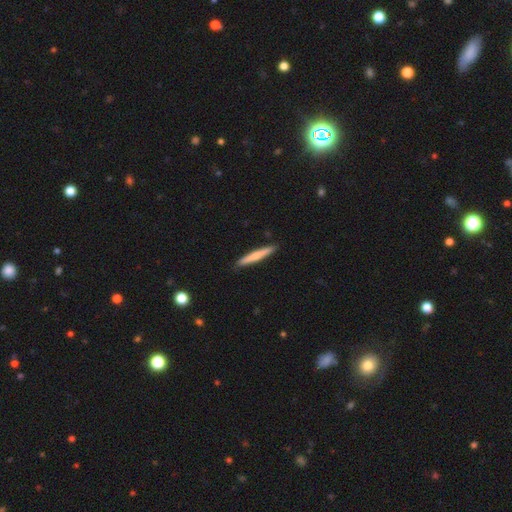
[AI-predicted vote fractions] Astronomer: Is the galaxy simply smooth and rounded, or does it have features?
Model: smooth — 63%.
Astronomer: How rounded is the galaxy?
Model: cigar-shaped — 95%.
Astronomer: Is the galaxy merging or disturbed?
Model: none — 91%.